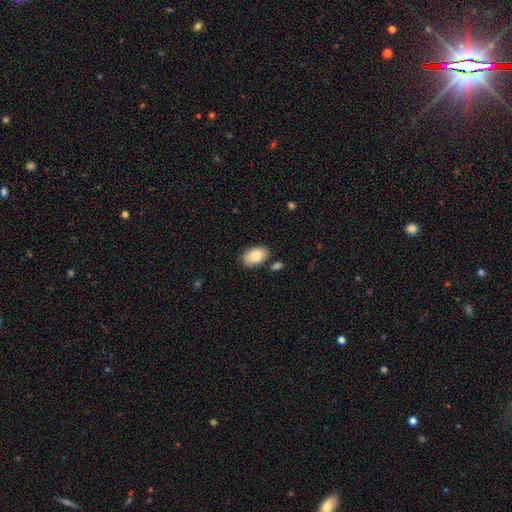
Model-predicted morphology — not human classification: smooth 84%, featured or disk 10%, star or artifact 6%. Down the decision tree: how rounded — in between (92%); merging — none (79%).